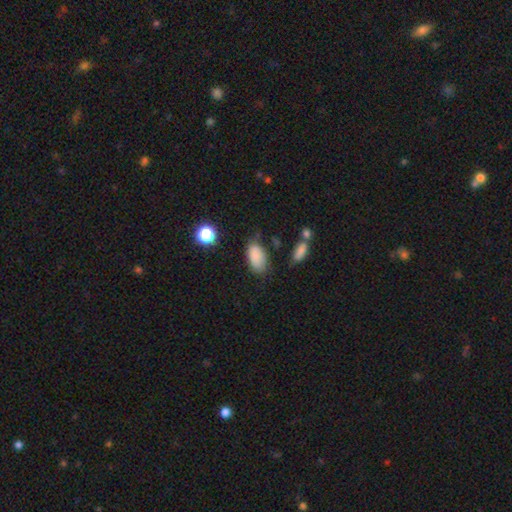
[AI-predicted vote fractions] This appears to be a smooth galaxy with no disk features (83%) that is in between round and cigar-shaped (93%). Merging: none (67%).